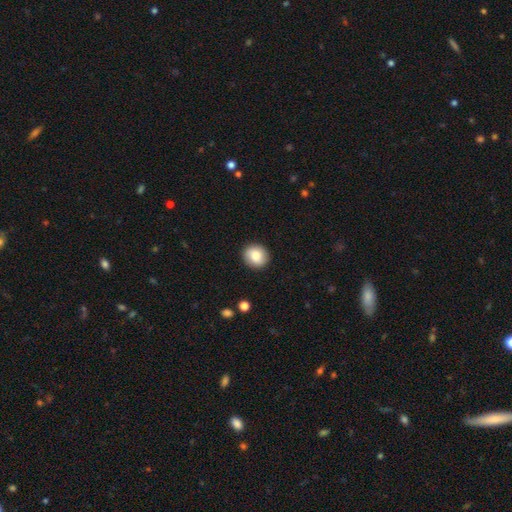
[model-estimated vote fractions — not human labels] Smooth or featured: smooth — 82% (featured or disk — 10%)
How rounded: round — 85% (in between — 15%)
Merging: none — 90% (minor disturbance — 7%)